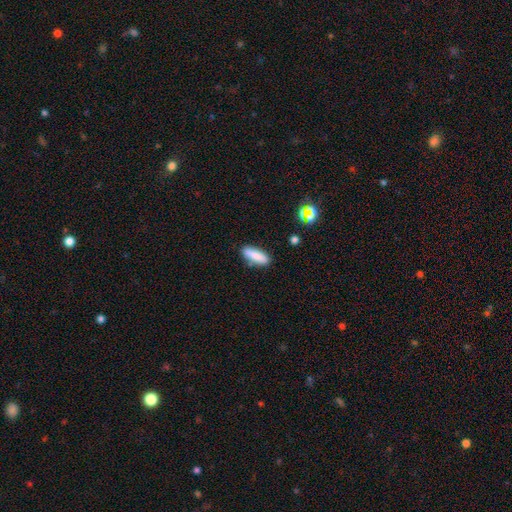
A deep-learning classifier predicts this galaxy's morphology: Smooth or featured?
  - smooth: 85% *
  - featured or disk: 8%
  - star or artifact: 7%
How rounded?
  - in between: 53% *
  - cigar-shaped: 45%
  - round: 2%
Merging?
  - none: 84% *
  - minor disturbance: 11%
  - merger: 3%
  - major disturbance: 2%